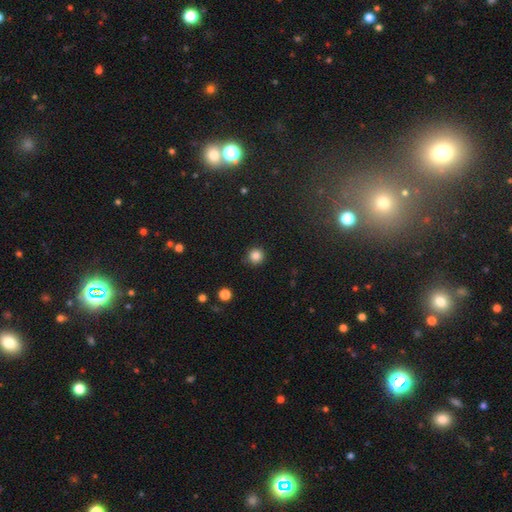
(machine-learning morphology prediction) A smooth galaxy with no disk features (84%) that is round (95%). Merging: none (87%).